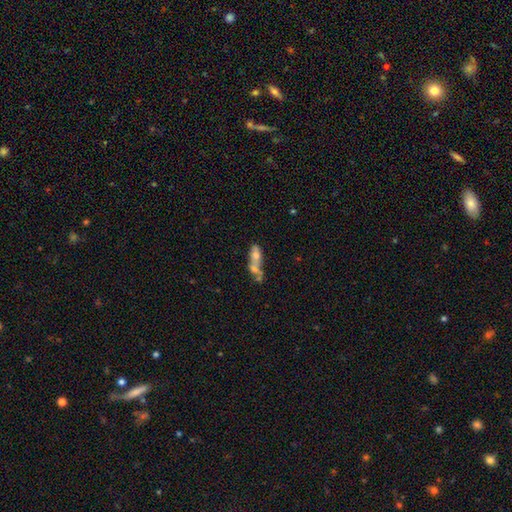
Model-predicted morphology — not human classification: smooth_or_featured: smooth (p=0.47) [alt: featured or disk p=0.41]
merging: merger (p=0.57) [alt: none p=0.20]